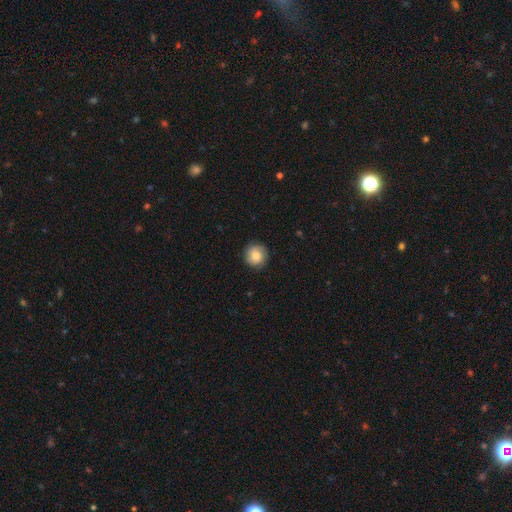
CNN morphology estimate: Smooth or featured? Predicted: smooth (p=0.81). How rounded? Predicted: round (p=0.93). Merging? Predicted: none (p=0.87).